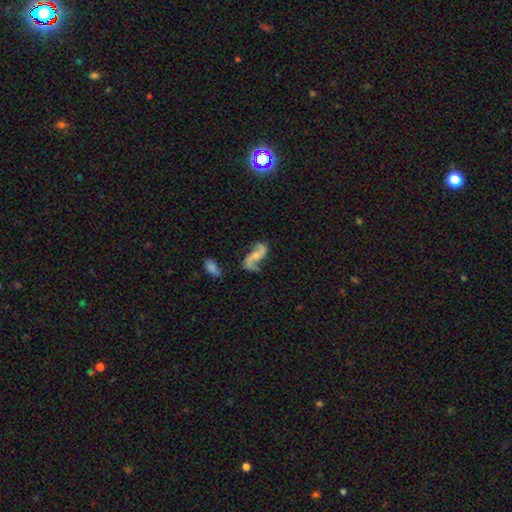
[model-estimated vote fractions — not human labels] This is clearly a featured or disk galaxy (85%). It is clearly not viewed edge-on (96%). Bar: possibly no (53%). Spiral arm pattern: clearly yes (96%). Spiral arm count: clearly 2 (92%). Spiral winding: likely loose (78%). Central bulge: possibly small (46%). Merging: likely none (67%).